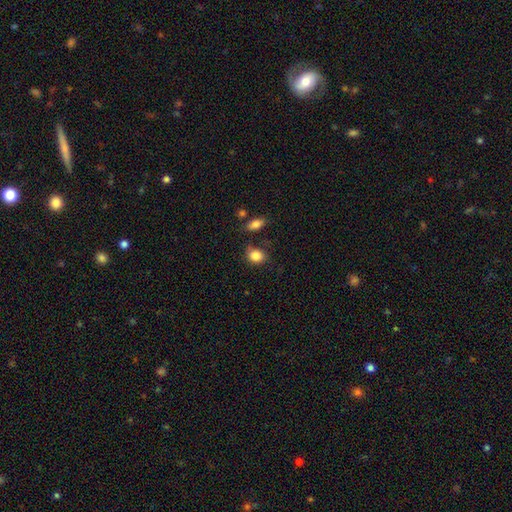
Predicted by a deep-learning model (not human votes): smooth 86%, star or artifact 8%, featured or disk 6%. Down the decision tree: how rounded — in between (52%); merging — none (63%).